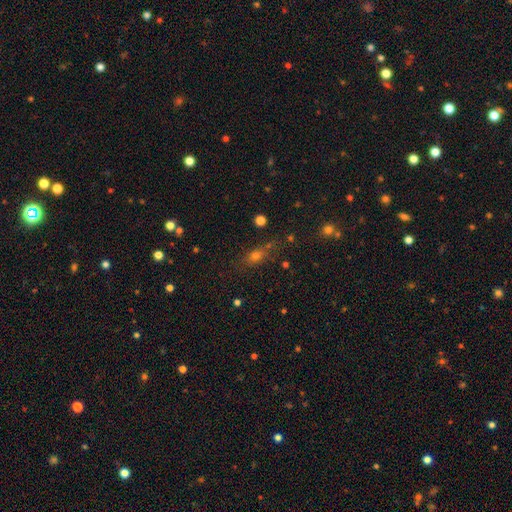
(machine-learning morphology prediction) smooth-or-featured: smooth: 58% | star or artifact: 27% | featured or disk: 15%
  how-rounded: in between: 51% | round: 29% | cigar-shaped: 19%
  merging: none: 67% | minor disturbance: 18% | major disturbance: 9% | merger: 6%